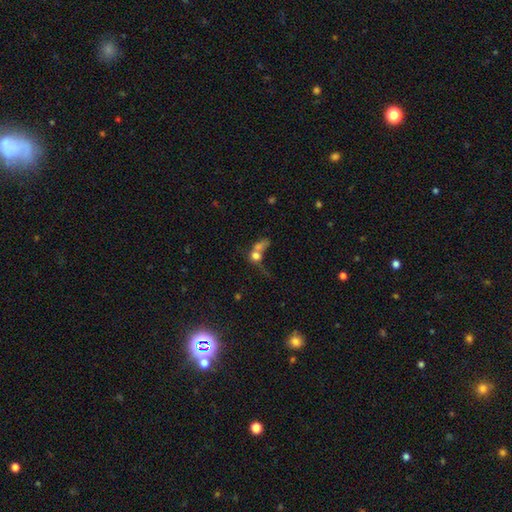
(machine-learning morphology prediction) A smooth galaxy with no disk features (61%) that is round (60%). Merging: merger (62%).